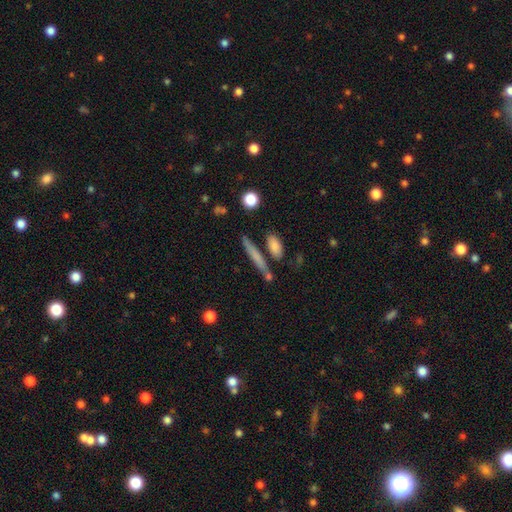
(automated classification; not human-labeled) The model was most divided on "smooth or featured": smooth: 64%, featured or disk: 29%, star or artifact: 8%. More confident: how rounded — cigar-shaped (89%); merging — none (76%).